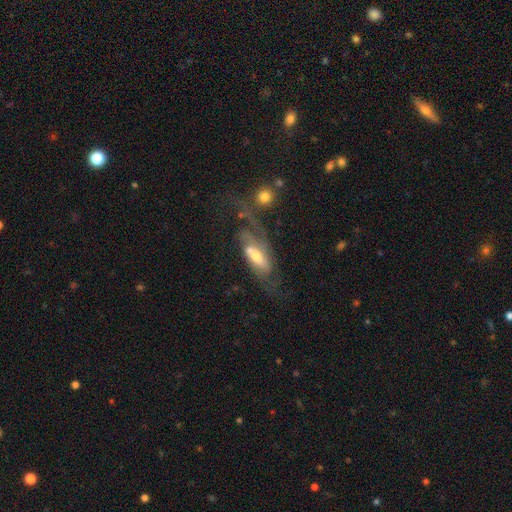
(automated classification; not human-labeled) Smooth or featured?
  - featured or disk: 62% *
  - smooth: 31%
  - star or artifact: 7%
Edge-on disk?
  - no: 84% *
  - yes: 16%
Bar?
  - no: 39% *
  - weak: 37%
  - strong: 24%
Spiral arms?
  - yes: 78% *
  - no: 22%
Bulge size?
  - moderate: 59% *
  - small: 20%
  - large: 16%
  - none: 3%
  - dominant: 2%
Merging?
  - major disturbance: 32% * (tied)
  - none: 32% * (tied)
  - minor disturbance: 19%
  - merger: 17%